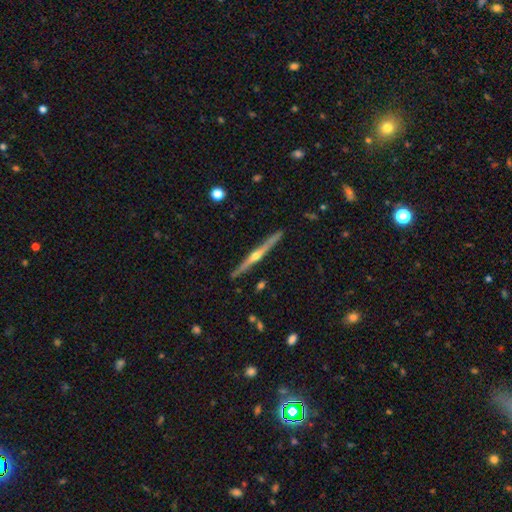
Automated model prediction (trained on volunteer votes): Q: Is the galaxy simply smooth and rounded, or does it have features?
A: featured or disk — 81%.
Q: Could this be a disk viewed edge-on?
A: yes — 98%.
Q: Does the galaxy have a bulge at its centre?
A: rounded — 88%.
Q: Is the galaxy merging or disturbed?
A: none — 90%.